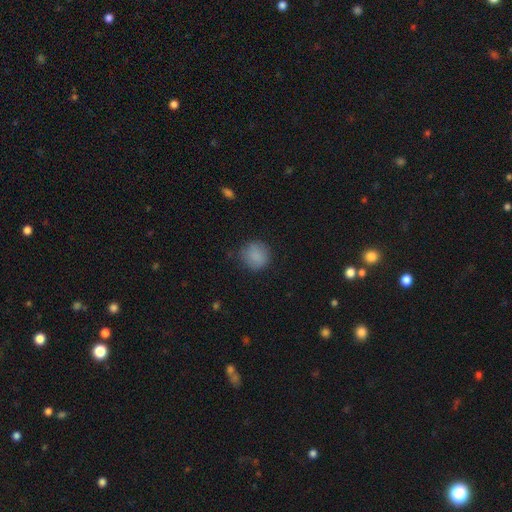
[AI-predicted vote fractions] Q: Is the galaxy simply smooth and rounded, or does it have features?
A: smooth — 86%.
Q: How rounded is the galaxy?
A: round — 90%.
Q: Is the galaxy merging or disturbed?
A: none — 81%.